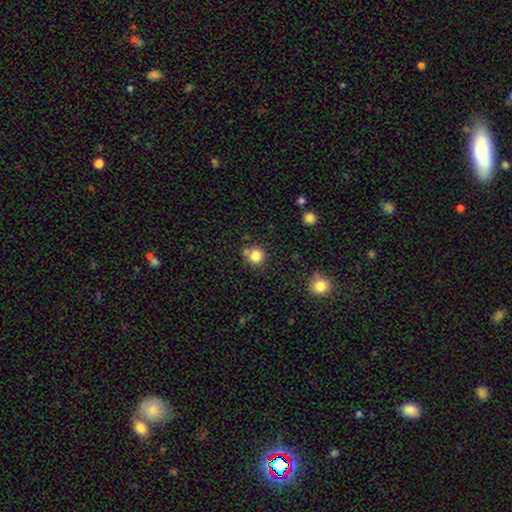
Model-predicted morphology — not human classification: The model was most divided on "merging": none: 68%, merger: 17%, minor disturbance: 12%, major disturbance: 4%. More confident: how rounded — round (89%); smooth or featured — smooth (82%).